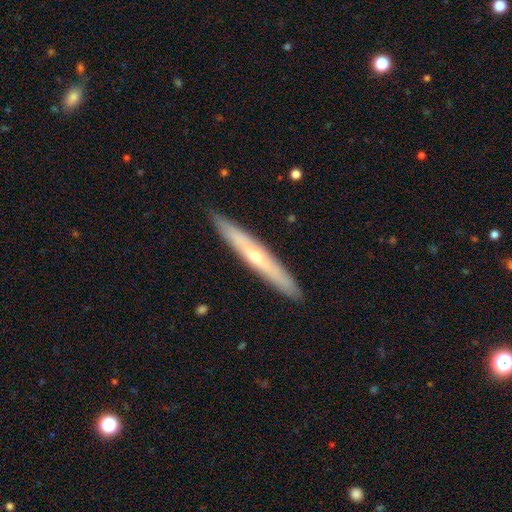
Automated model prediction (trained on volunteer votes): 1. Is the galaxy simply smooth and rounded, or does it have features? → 60% featured or disk, 35% smooth, 6% star or artifact.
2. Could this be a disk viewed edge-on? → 91% yes, 9% no.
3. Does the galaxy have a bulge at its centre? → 68% rounded, 30% none, 2% boxy.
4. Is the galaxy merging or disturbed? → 90% none, 7% minor disturbance, 1% major disturbance, 1% merger.